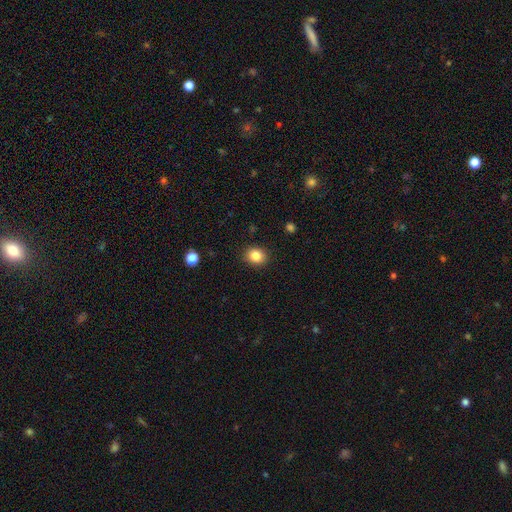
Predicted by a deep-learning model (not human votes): This is clearly a smooth galaxy (85%). How rounded: likely round (67%). Merging: clearly none (90%).